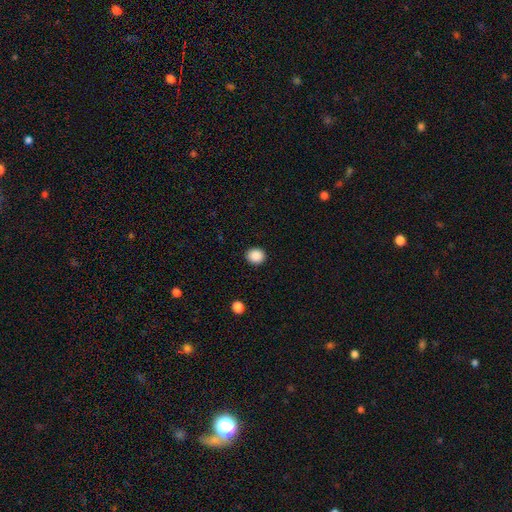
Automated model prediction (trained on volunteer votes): Smooth or featured?
  - smooth: 89% *
  - star or artifact: 9%
  - featured or disk: 3%
How rounded?
  - round: 75% *
  - in between: 24%
  - cigar-shaped: 1%
Merging?
  - none: 92% *
  - minor disturbance: 6%
  - major disturbance: 2%
  - merger: 1%